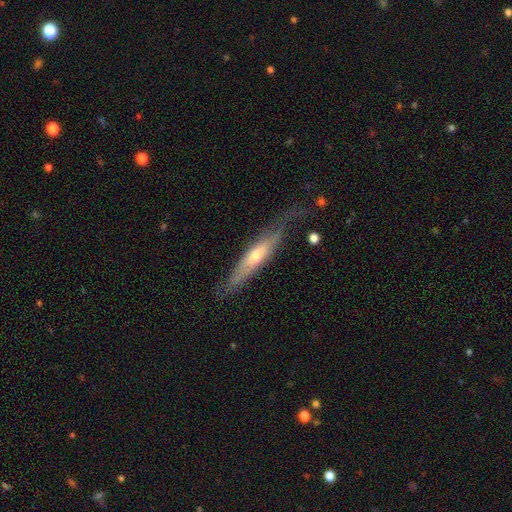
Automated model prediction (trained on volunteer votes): featured or disk 59%, smooth 35%, star or artifact 6%. Down the decision tree: edge-on disk — yes (74%); merging — none (61%).